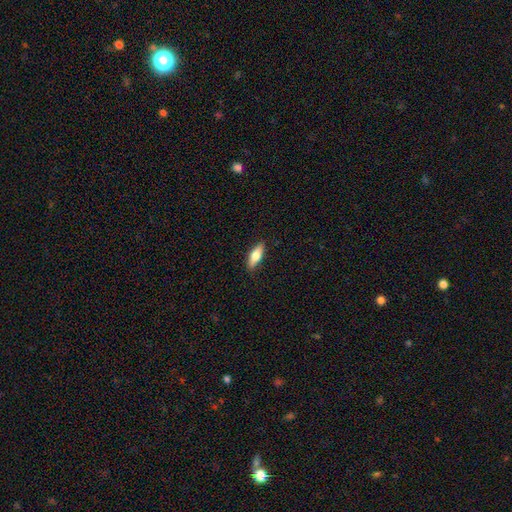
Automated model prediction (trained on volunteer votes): smooth_or_featured: smooth (p=0.64) [alt: featured or disk p=0.30]
how_rounded: in between (p=0.61) [alt: cigar-shaped p=0.36]
merging: none (p=0.87) [alt: minor disturbance p=0.10]